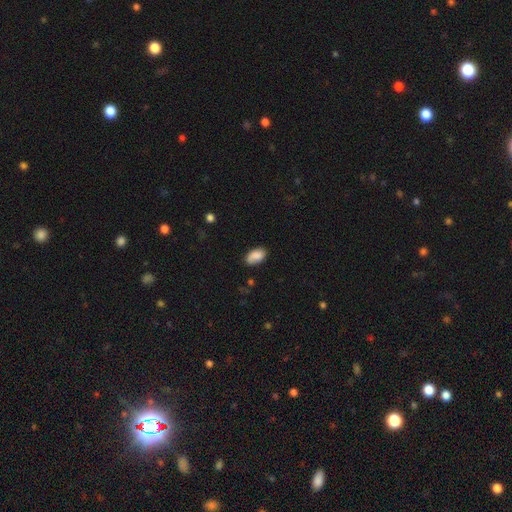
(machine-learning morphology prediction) Q: Smooth or featured?
A: smooth (84%); runner-up: featured or disk (9%)
Q: How rounded?
A: in between (93%); runner-up: round (5%)
Q: Merging?
A: none (74%); runner-up: minor disturbance (20%)